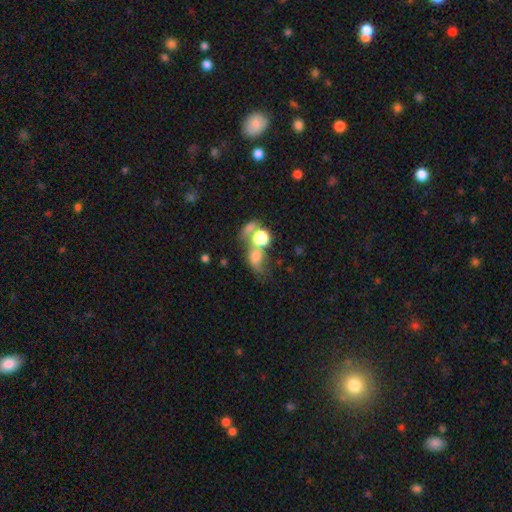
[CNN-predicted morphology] Overall: smooth (50%; featured or disk 26%). Merging: merger (34%; none 32%).